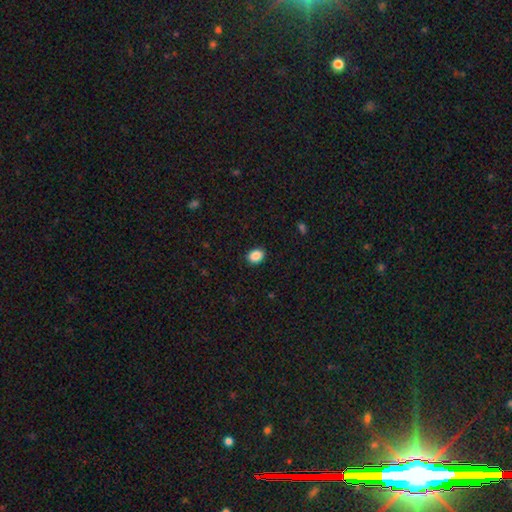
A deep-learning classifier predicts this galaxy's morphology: A smooth galaxy with no disk features (88%) that is in between round and cigar-shaped (64%).

Vote fractions:
- Smooth or featured? smooth: 88% / star or artifact: 9% / featured or disk: 3%
- How rounded? in between: 64% / round: 35% / cigar-shaped: 1%
- Merging? none: 90% / minor disturbance: 8% / major disturbance: 2% / merger: 1%